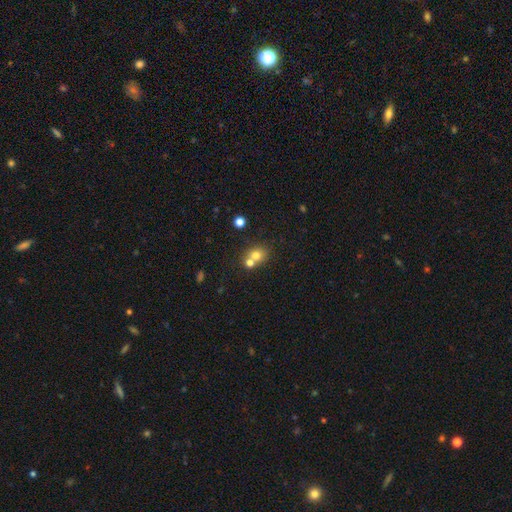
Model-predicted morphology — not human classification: Smooth or featured? Predicted: smooth (p=0.72). How rounded? Predicted: round (p=0.72). Merging? Predicted: none (p=0.46).